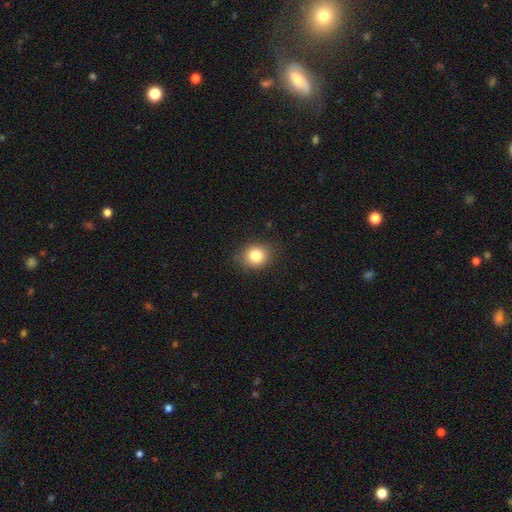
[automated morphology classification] A smooth galaxy with no disk features (82%) that is round (71%).

Vote fractions:
- Smooth or featured? smooth: 82% / star or artifact: 11% / featured or disk: 7%
- How rounded? round: 71% / in between: 28% / cigar-shaped: 1%
- Merging? none: 85% / minor disturbance: 11% / major disturbance: 3% / merger: 1%